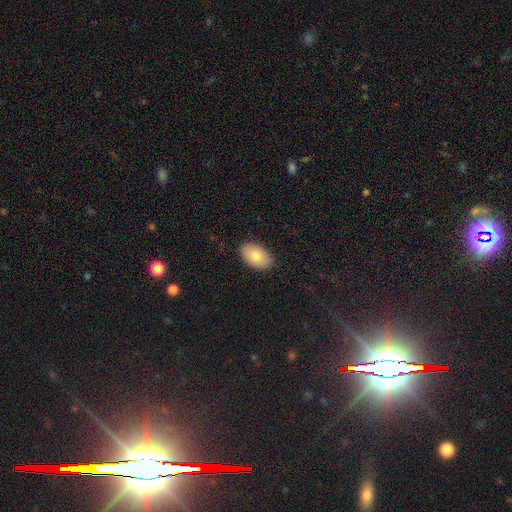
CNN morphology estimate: Smooth or featured: smooth — 78% (featured or disk — 15%)
How rounded: in between — 93% (round — 6%)
Merging: none — 89% (minor disturbance — 9%)